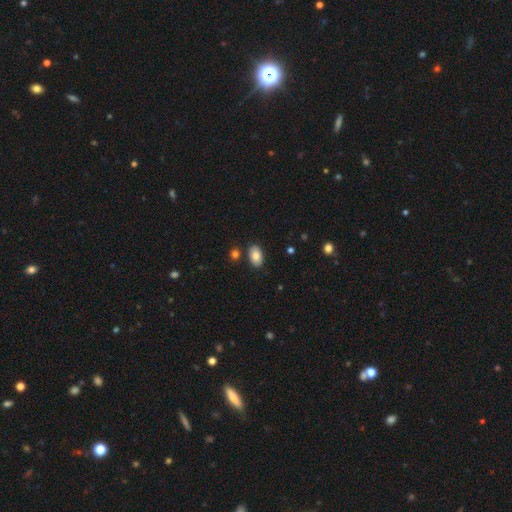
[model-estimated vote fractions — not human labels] Smooth or featured: smooth — 84% (featured or disk — 8%)
How rounded: in between — 92% (round — 6%)
Merging: none — 85% (minor disturbance — 9%)